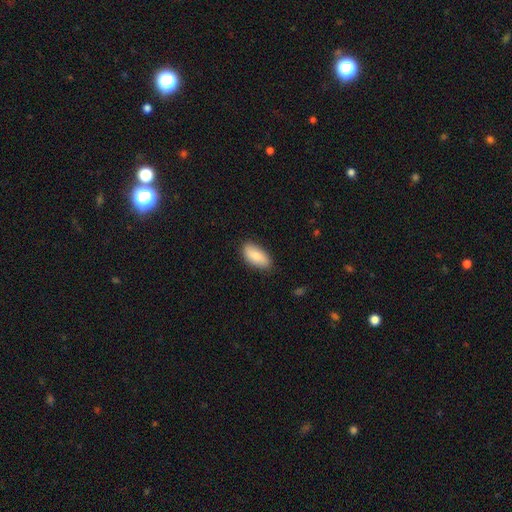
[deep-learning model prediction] Q: Smooth or featured?
A: smooth (83%); runner-up: featured or disk (11%)
Q: How rounded?
A: in between (91%); runner-up: cigar-shaped (6%)
Q: Merging?
A: none (84%); runner-up: minor disturbance (13%)